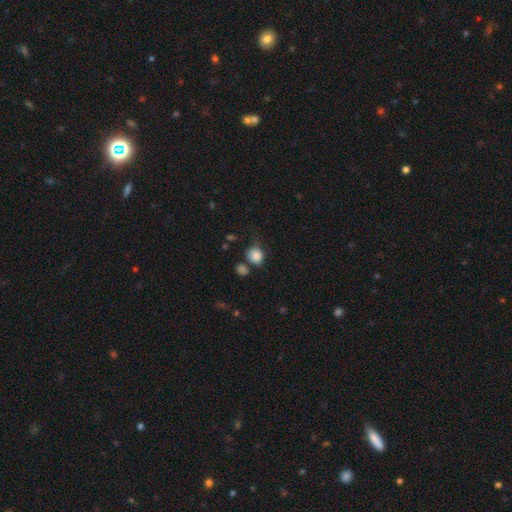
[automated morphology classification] Smooth or featured: smooth — 85% (star or artifact — 10%)
How rounded: round — 76% (in between — 23%)
Merging: none — 58% (minor disturbance — 22%)